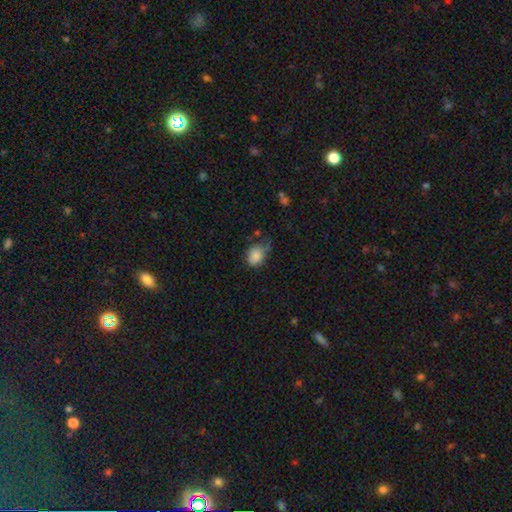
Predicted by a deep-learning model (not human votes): This appears to be a smooth galaxy with no disk features (83%) that is in between round and cigar-shaped (61%). Merging: none (51%).